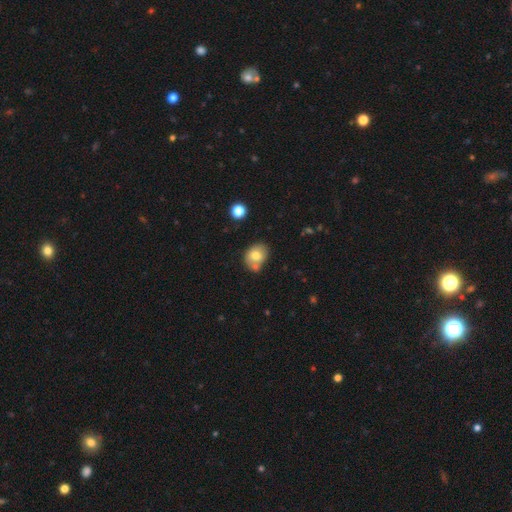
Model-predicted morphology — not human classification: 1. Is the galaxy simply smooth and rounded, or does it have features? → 74% smooth, 17% featured or disk, 9% star or artifact.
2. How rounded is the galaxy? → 56% in between, 43% round, 1% cigar-shaped.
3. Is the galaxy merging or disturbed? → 54% none, 23% merger, 19% minor disturbance, 5% major disturbance.